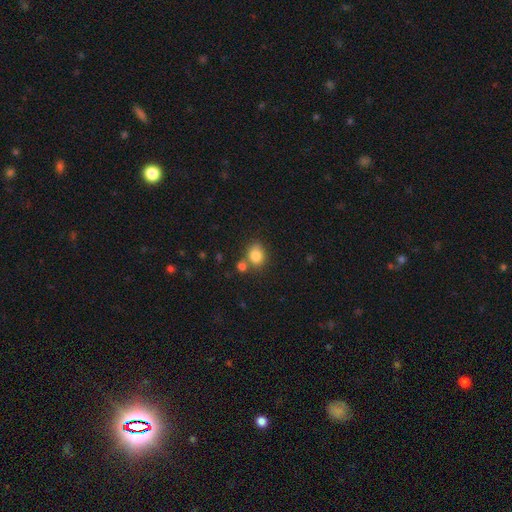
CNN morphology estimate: Overall: smooth (83%). How rounded: round (60%; in between 39%). Merging: none (62%).